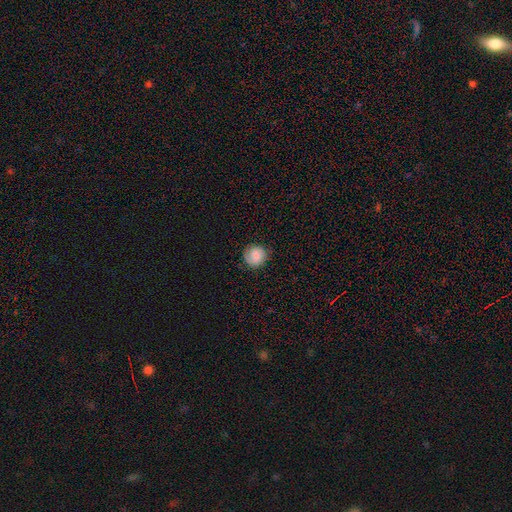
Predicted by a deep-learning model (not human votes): smooth-or-featured: smooth: 77% | featured or disk: 15% | star or artifact: 8%
  how-rounded: round: 90% | in between: 9% | cigar-shaped: 1%
  merging: none: 81% | minor disturbance: 15% | major disturbance: 3% | merger: 1%